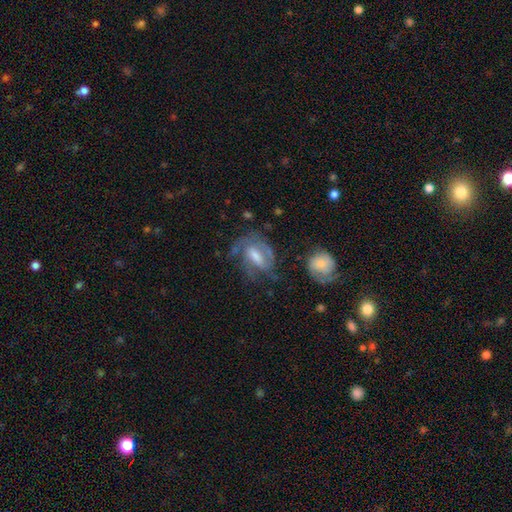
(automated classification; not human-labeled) This appears to be a featured or disk galaxy (70%) with a weak bar (47%), 2 (47%) medium (43%) spiral arms (85%) and a moderate central bulge (47%). Merging: none (52%).